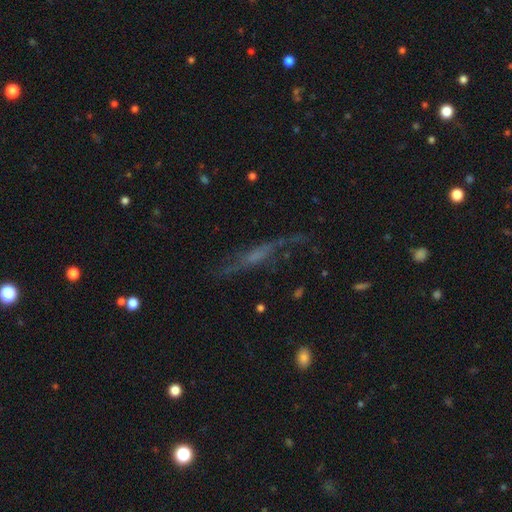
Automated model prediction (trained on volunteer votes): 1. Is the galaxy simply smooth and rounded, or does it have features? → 61% featured or disk, 24% smooth, 14% star or artifact.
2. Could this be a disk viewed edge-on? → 52% yes, 48% no.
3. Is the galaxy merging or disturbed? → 55% none, 21% major disturbance, 20% minor disturbance, 4% merger.